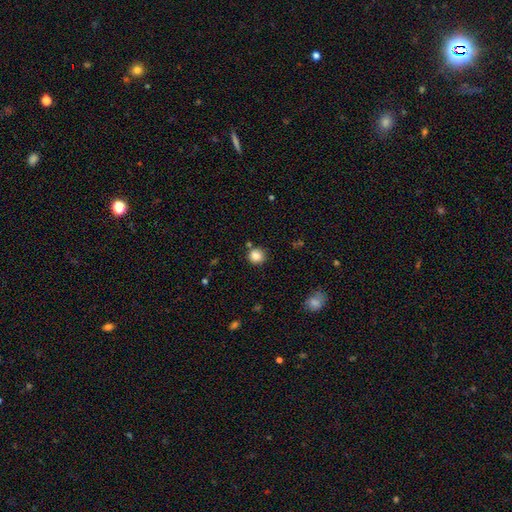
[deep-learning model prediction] Q: Smooth or featured?
A: smooth (85%); runner-up: star or artifact (11%)
Q: How rounded?
A: round (91%); runner-up: in between (9%)
Q: Merging?
A: none (81%); runner-up: minor disturbance (10%)